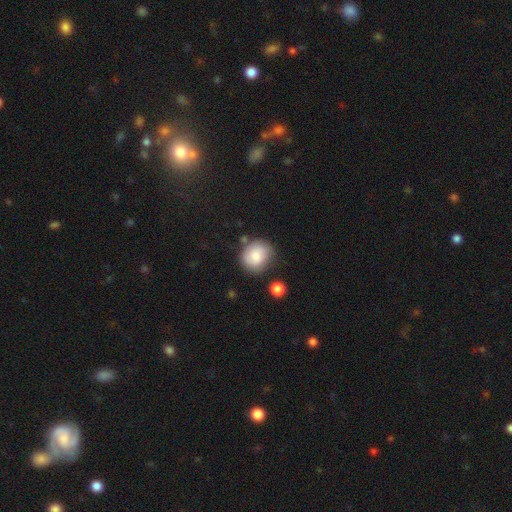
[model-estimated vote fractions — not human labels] Smooth or featured?
  - smooth: 81% *
  - featured or disk: 11%
  - star or artifact: 8%
How rounded?
  - round: 75% *
  - in between: 24%
  - cigar-shaped: 1%
Merging?
  - none: 71% *
  - minor disturbance: 18%
  - merger: 7%
  - major disturbance: 5%